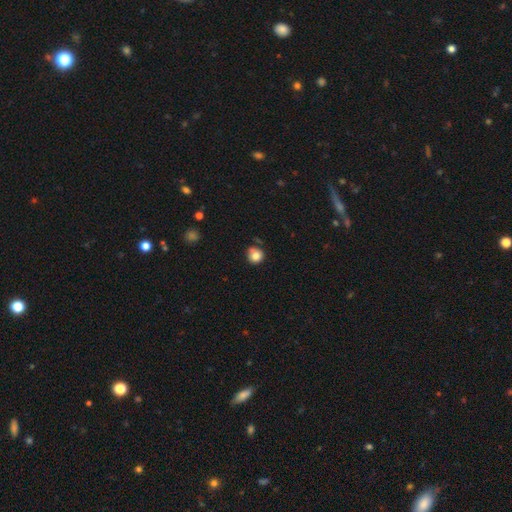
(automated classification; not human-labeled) A smooth galaxy with no disk features (80%) that is round (88%).

Vote fractions:
- Smooth or featured? smooth: 80% / star or artifact: 10% / featured or disk: 9%
- How rounded? round: 88% / in between: 11% / cigar-shaped: 1%
- Merging? none: 66% / minor disturbance: 23% / major disturbance: 5% / merger: 5%